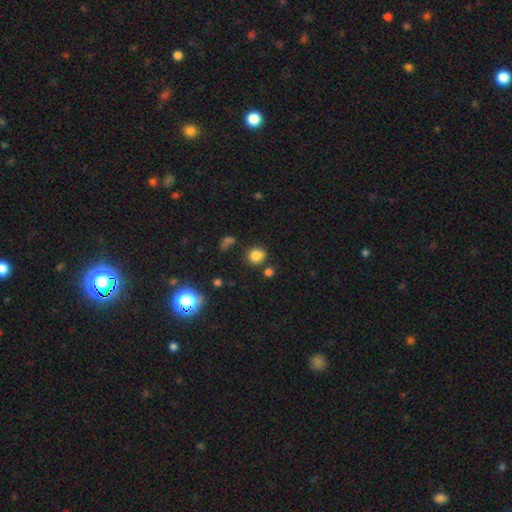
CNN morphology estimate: A smooth galaxy with no disk features (82%) that is round (78%).

Vote fractions:
- Smooth or featured? smooth: 82% / star or artifact: 13% / featured or disk: 5%
- How rounded? round: 78% / in between: 21% / cigar-shaped: 1%
- Merging? none: 77% / minor disturbance: 12% / merger: 7% / major disturbance: 4%